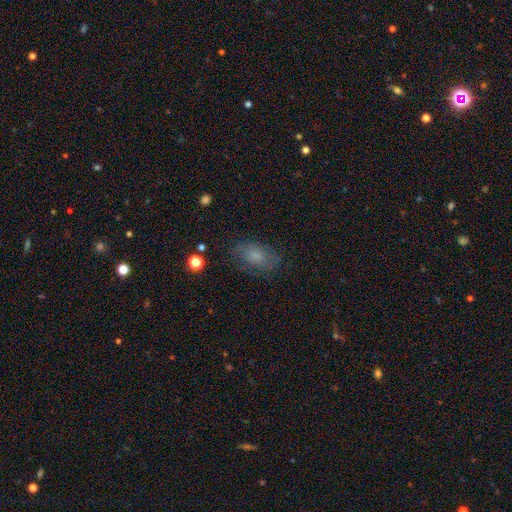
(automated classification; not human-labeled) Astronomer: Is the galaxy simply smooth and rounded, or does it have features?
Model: smooth — 69%.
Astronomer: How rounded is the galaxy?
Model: in between — 86%.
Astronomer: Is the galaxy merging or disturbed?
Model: none — 72%.